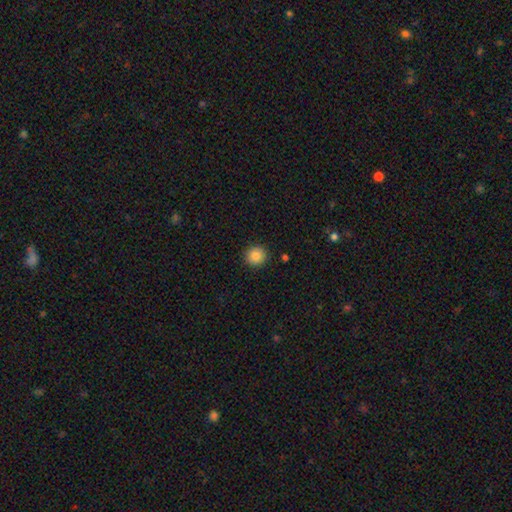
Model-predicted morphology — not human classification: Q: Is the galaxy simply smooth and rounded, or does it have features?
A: smooth — 85%.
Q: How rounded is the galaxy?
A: round — 92%.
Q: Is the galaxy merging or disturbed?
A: none — 91%.